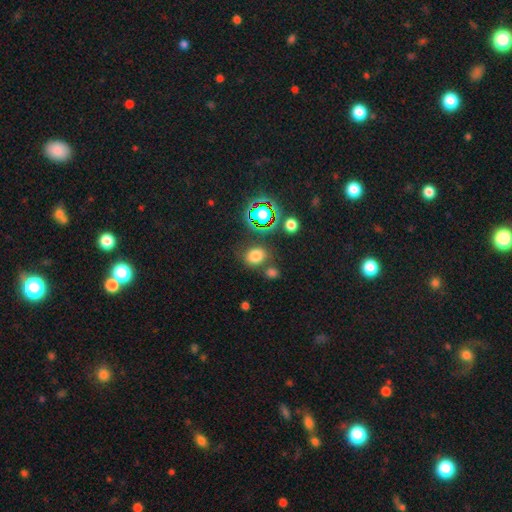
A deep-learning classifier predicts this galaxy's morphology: Smooth or featured? smooth (72%)
How rounded? round (56%)
Merging? none (72%)